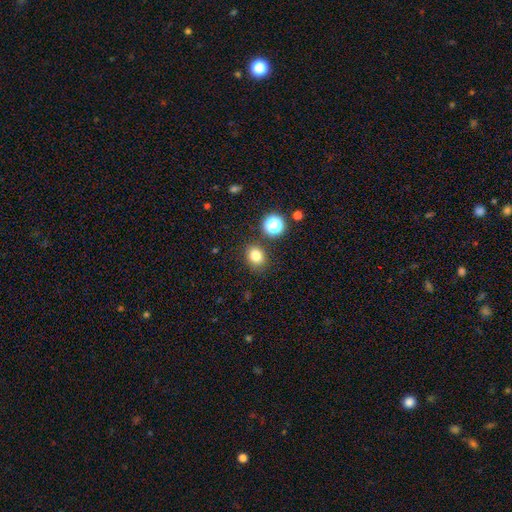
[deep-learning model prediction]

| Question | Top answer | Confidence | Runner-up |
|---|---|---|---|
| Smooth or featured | smooth | 79% | star or artifact (14%) |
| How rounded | round | 61% | in between (38%) |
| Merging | none | 83% | minor disturbance (10%) |